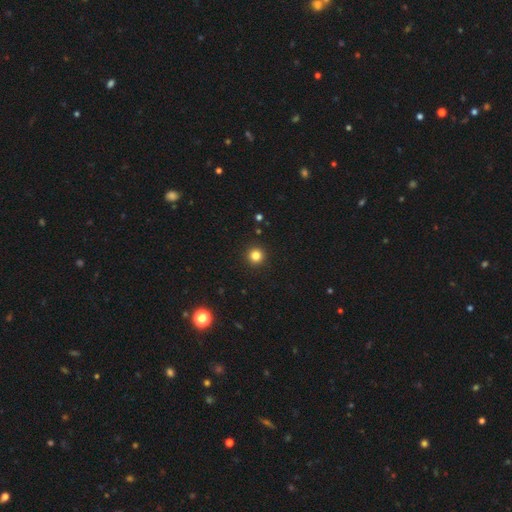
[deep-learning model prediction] Smooth or featured? Predicted: smooth (p=0.82). How rounded? Predicted: round (p=0.96). Merging? Predicted: none (p=0.93).